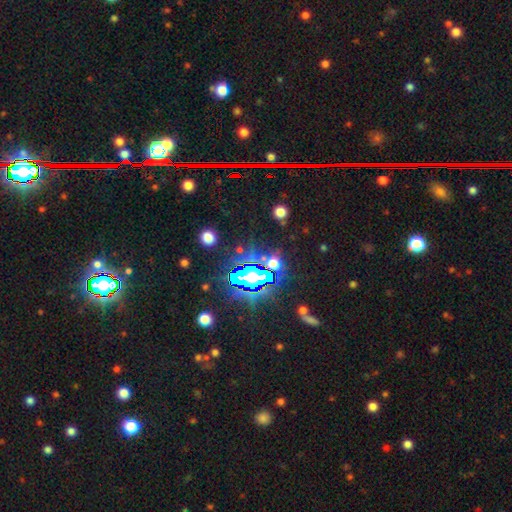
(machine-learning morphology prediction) A star or artifact, not a galaxy (82%).

Vote fractions:
- Smooth or featured? star or artifact: 82% / smooth: 10% / featured or disk: 8%